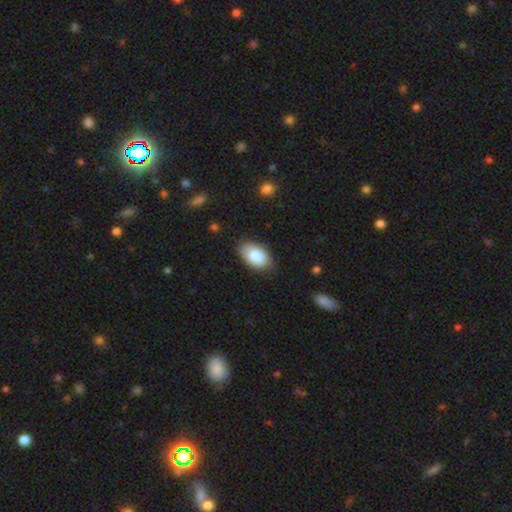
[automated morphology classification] The model was most divided on "merging": none: 82%, minor disturbance: 15%, major disturbance: 3%, merger: 1%. More confident: how rounded — in between (94%); smooth or featured — smooth (84%).